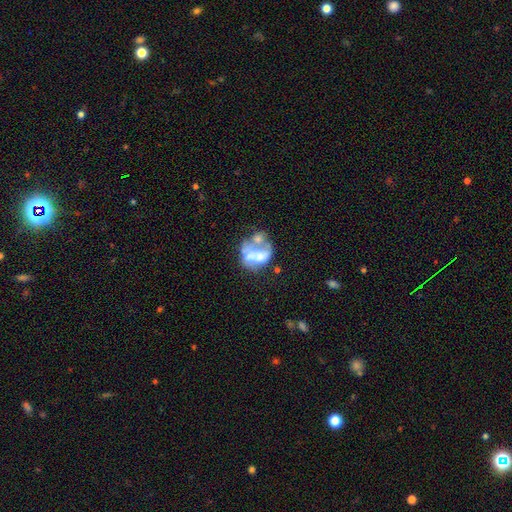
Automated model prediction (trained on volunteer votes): A featured or disk galaxy (55%) with no bar (86%), no spiral arms (90%) and no central bulge (45%). Merging: merger (43%).